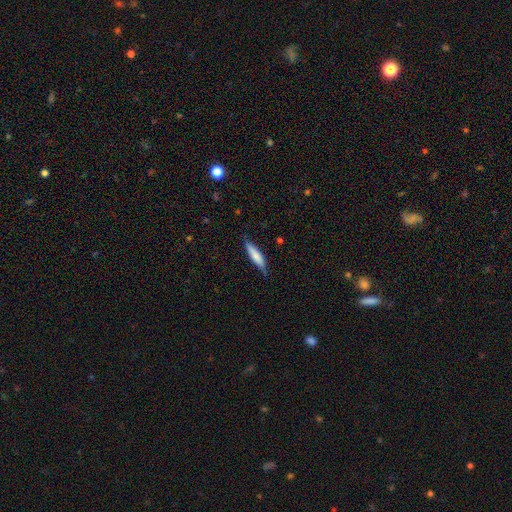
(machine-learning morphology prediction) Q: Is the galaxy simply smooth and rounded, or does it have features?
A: smooth — 72%.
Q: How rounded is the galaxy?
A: cigar-shaped — 77%.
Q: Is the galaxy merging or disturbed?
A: none — 77%.